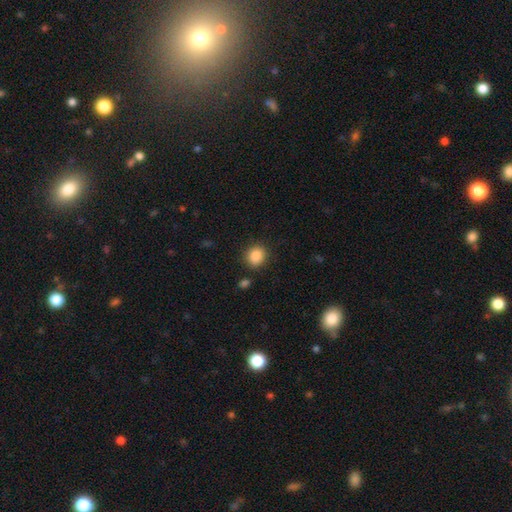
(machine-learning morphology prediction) smooth-or-featured: smooth: 88% | star or artifact: 9% | featured or disk: 4%
  how-rounded: round: 73% | in between: 26% | cigar-shaped: 1%
  merging: none: 85% | minor disturbance: 9% | major disturbance: 3% | merger: 3%